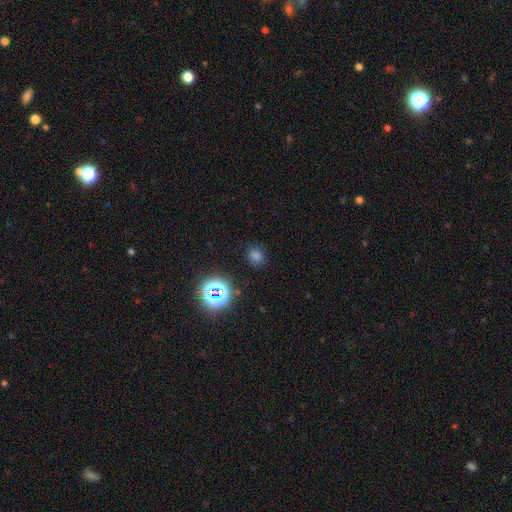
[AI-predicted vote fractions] Smooth or featured? smooth (63%)
How rounded? round (66%)
Merging? none (84%)